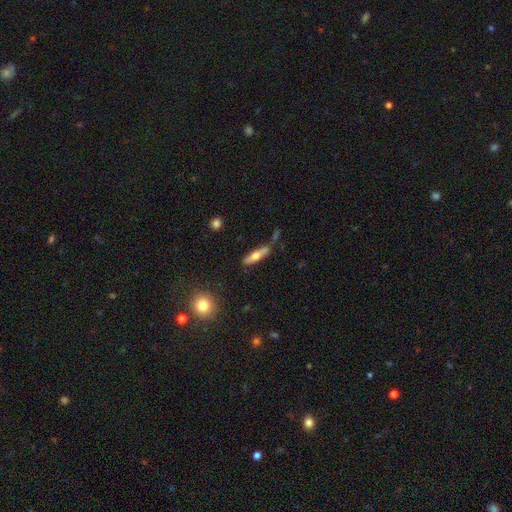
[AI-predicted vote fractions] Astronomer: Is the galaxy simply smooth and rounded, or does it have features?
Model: smooth — 53% (runner-up: featured or disk, 41%).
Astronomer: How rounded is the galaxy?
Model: cigar-shaped — 75%.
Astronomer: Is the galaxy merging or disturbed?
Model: none — 70%.